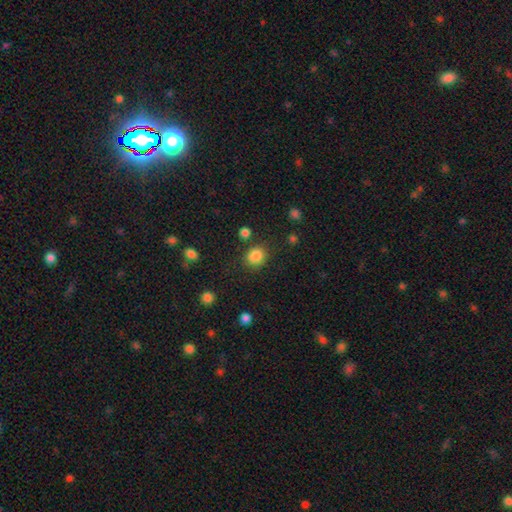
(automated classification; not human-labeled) A smooth galaxy with no disk features (85%) that is round (73%).

Vote fractions:
- Smooth or featured? smooth: 85% / star or artifact: 11% / featured or disk: 4%
- How rounded? round: 73% / in between: 26% / cigar-shaped: 1%
- Merging? none: 78% / minor disturbance: 13% / major disturbance: 5% / merger: 4%